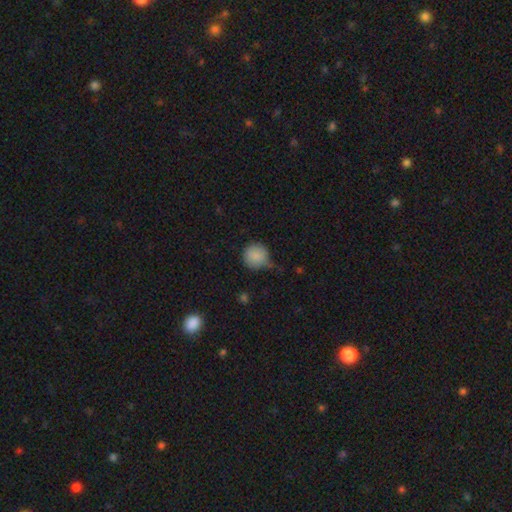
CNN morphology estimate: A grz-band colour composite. It shows a smooth galaxy with no disk features (87%) that is round (93%). Merging: none (54%).